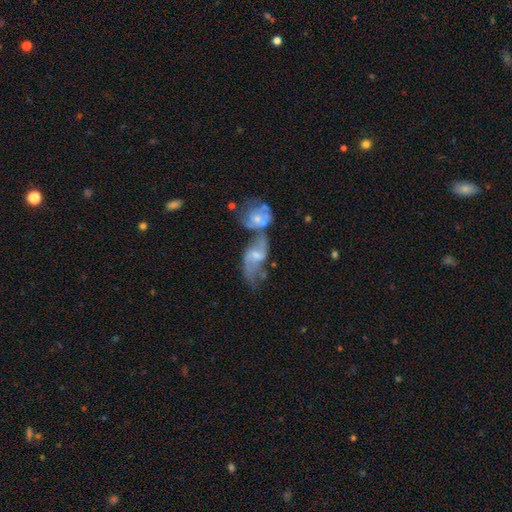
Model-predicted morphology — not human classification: The model was most divided on "bulge size": small: 48%, moderate: 38%, none: 10%, large: 3%, dominant: 1%. Remaining: edge-on disk — no (95%); spiral arms — yes (83%); spiral arm count — 2 (80%); smooth or featured — featured or disk (73%); spiral winding — loose (67%); merging — merger (54%); bar — weak (50%).